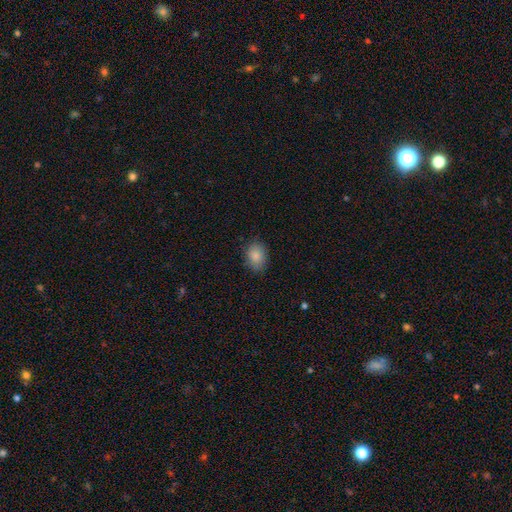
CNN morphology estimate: A smooth galaxy with no disk features (86%) that is in between round and cigar-shaped (73%). Merging: none (82%).